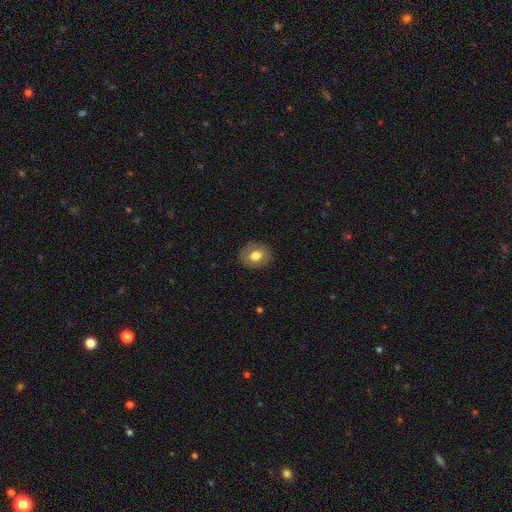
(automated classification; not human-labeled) smooth_or_featured: smooth (p=0.73) [alt: featured or disk p=0.18]
how_rounded: round (p=0.64) [alt: in between p=0.35]
merging: none (p=0.86) [alt: minor disturbance p=0.10]